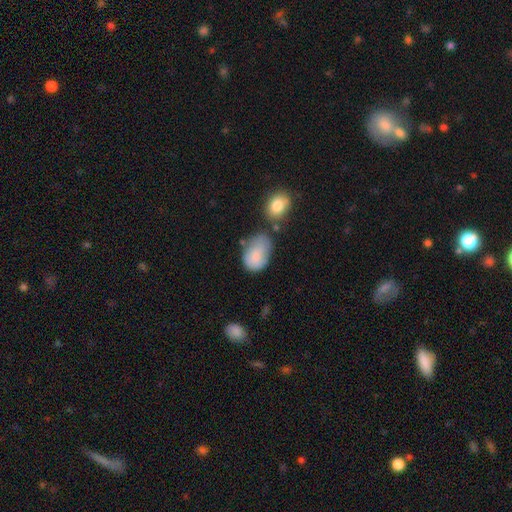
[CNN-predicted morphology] This appears to be a smooth galaxy with no disk features (80%) that is in between round and cigar-shaped (85%). Merging: none (41%).